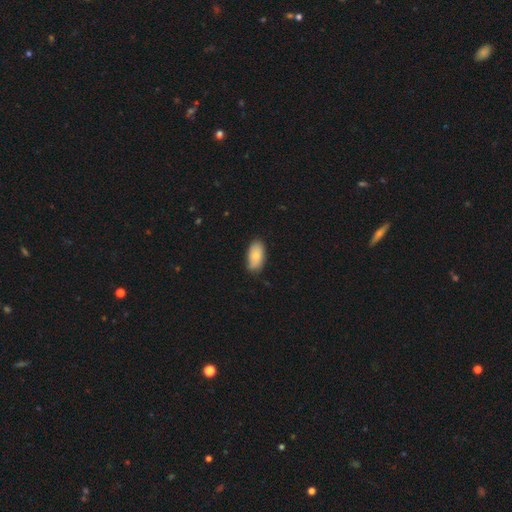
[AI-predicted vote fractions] smooth-or-featured: smooth: 74% | featured or disk: 20% | star or artifact: 7%
  how-rounded: in between: 93% | round: 4% | cigar-shaped: 3%
  merging: none: 77% | minor disturbance: 19% | major disturbance: 3% | merger: 1%